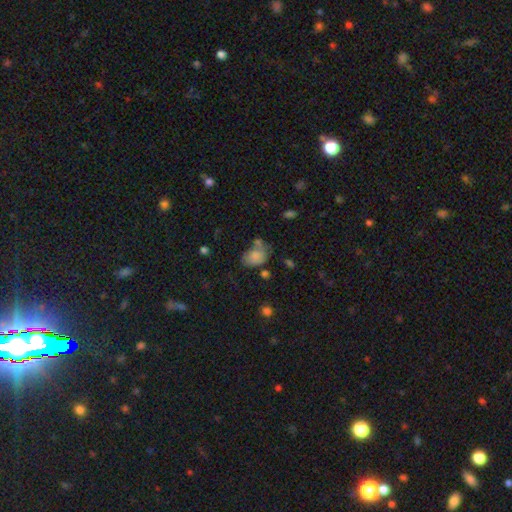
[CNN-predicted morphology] smooth_or_featured: smooth (p=0.78) [alt: featured or disk p=0.12]
how_rounded: in between (p=0.74) [alt: round p=0.24]
merging: none (p=0.41) [alt: minor disturbance p=0.25]